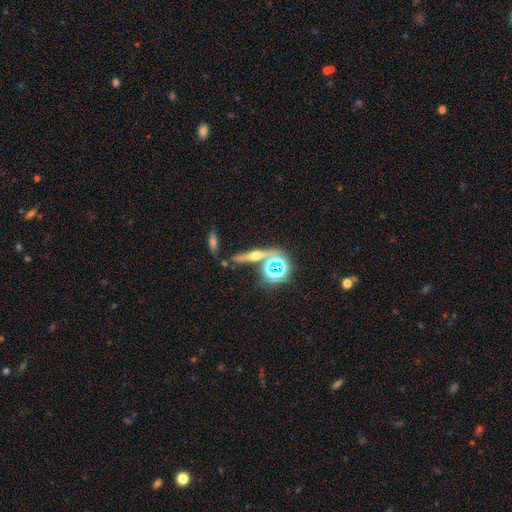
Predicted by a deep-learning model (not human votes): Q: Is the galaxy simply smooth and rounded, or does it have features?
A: featured or disk — 47%.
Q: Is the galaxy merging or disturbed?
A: none — 73%.